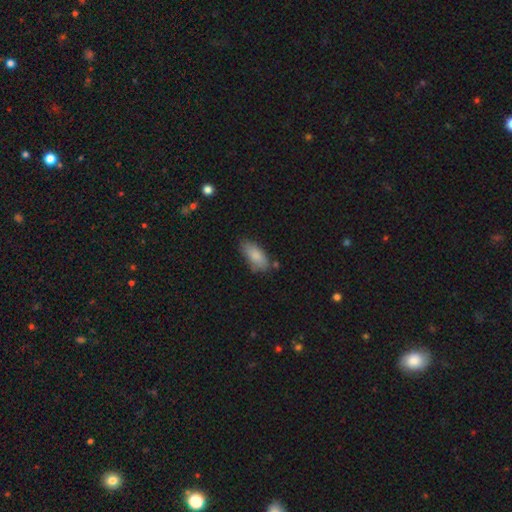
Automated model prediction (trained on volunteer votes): A smooth galaxy with no disk features (85%) that is in between round and cigar-shaped (87%).

Vote fractions:
- Smooth or featured? smooth: 85% / featured or disk: 9% / star or artifact: 7%
- How rounded? in between: 87% / cigar-shaped: 11% / round: 2%
- Merging? none: 67% / minor disturbance: 23% / merger: 5% / major disturbance: 5%